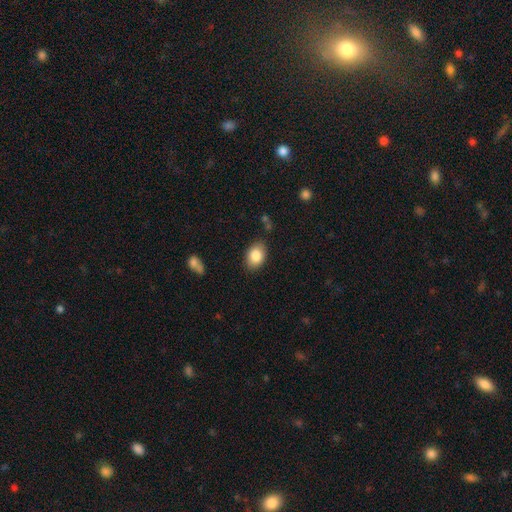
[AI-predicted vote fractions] This is clearly a smooth galaxy (84%). How rounded: clearly in between (83%). Merging: clearly none (83%).